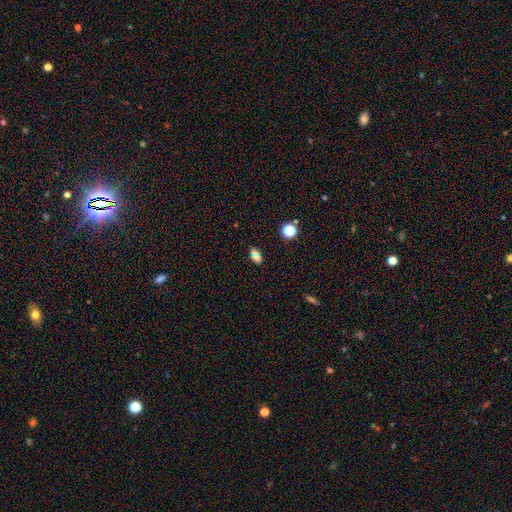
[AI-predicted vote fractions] smooth_or_featured: smooth (p=0.80) [alt: star or artifact p=0.12]
how_rounded: in between (p=0.85) [alt: round p=0.09]
merging: none (p=0.83) [alt: minor disturbance p=0.11]